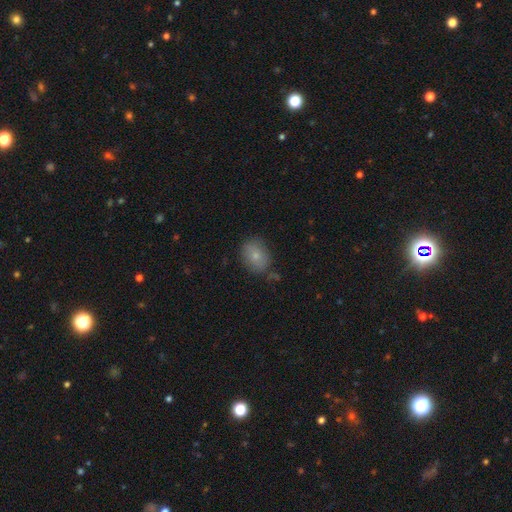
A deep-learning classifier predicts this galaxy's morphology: Smooth or featured? smooth (78%)
How rounded? in between (60%)
Merging? none (75%)